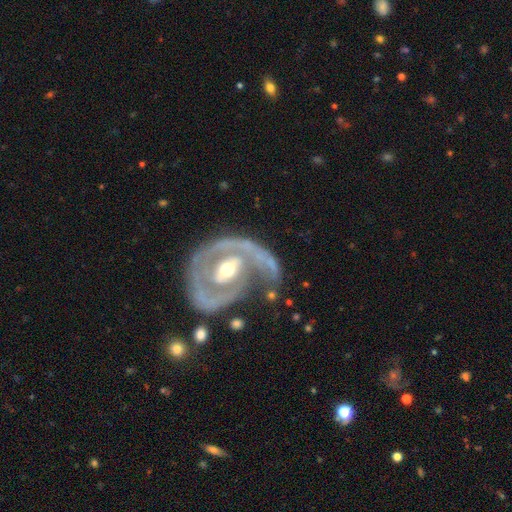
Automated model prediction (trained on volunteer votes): A featured or disk galaxy (85%) with no bar (50%), 1 (46%) tight (53%) spiral arms (78%) and a moderate central bulge (66%).

Vote fractions:
- Smooth or featured? featured or disk: 85% / smooth: 10% / star or artifact: 5%
- Edge-on disk? no: 96% / yes: 4%
- Bar? no: 50% / weak: 31% / strong: 19%
- Spiral arms? yes: 78% / no: 22%
- Spiral winding? tight: 53% / medium: 32% / loose: 15%
- Spiral arm count? 1: 46% / 2: 33% / can't tell: 13% / 3: 5% / 4: 2% / more than 4: 2%
- Bulge size? moderate: 66% / small: 26% / large: 5% / none: 1% / dominant: 1%
- Merging? none: 43% / major disturbance: 27% / minor disturbance: 23% / merger: 6%